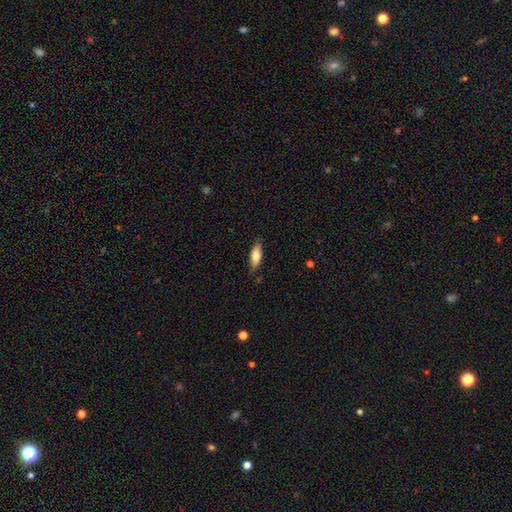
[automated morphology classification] This is likely a smooth galaxy (74%). How rounded: likely in between (69%). Merging: likely none (77%).